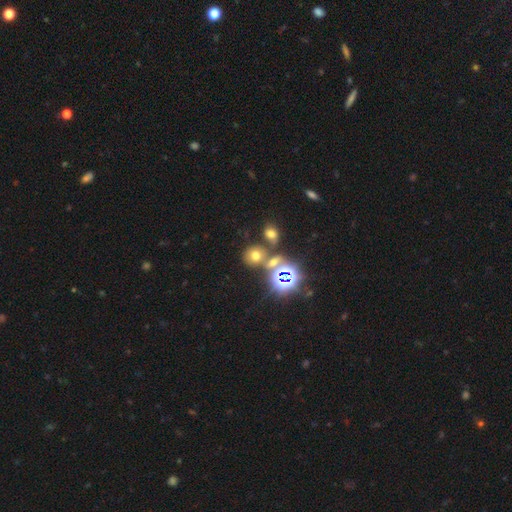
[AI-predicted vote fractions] This is possibly a smooth galaxy (54%). How rounded: likely round (71%). Merging: likely none (64%).